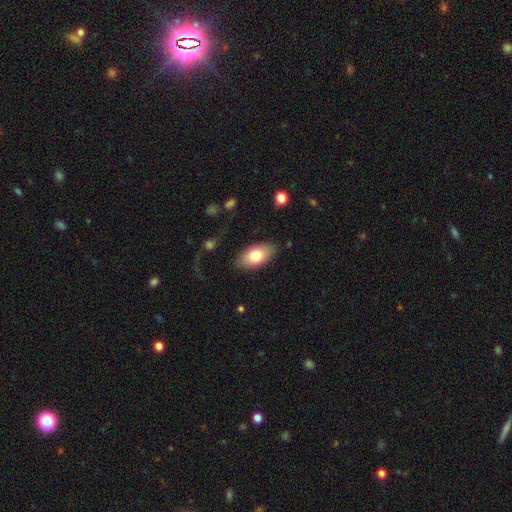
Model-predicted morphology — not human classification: This appears to be a smooth galaxy with no disk features (77%) that is in between round and cigar-shaped (93%). Merging: none (85%).